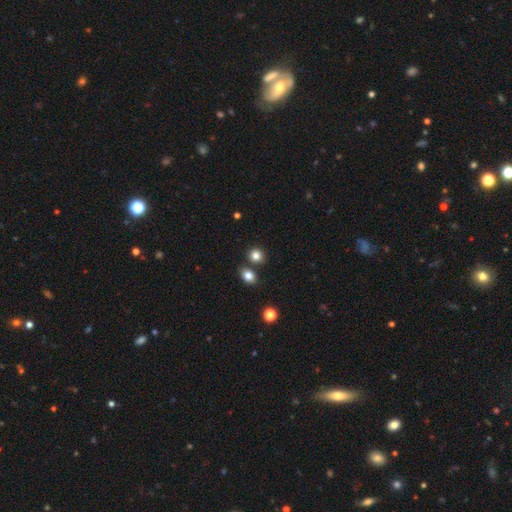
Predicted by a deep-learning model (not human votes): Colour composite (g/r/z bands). It shows a smooth galaxy with no disk features (82%) that is round (73%). Merging: none (73%).